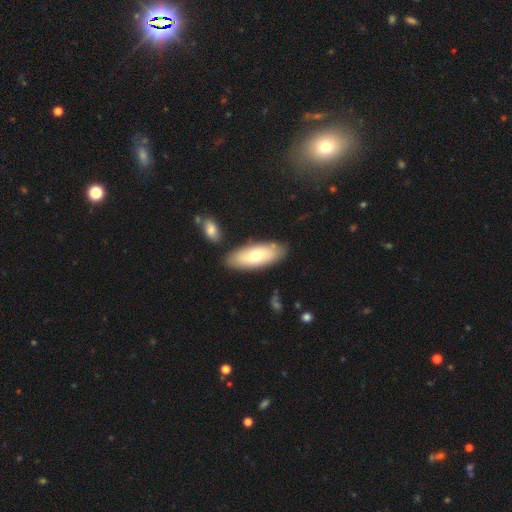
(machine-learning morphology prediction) Q: Smooth or featured?
A: smooth (61%); runner-up: featured or disk (34%)
Q: How rounded?
A: in between (79%); runner-up: cigar-shaped (19%)
Q: Merging?
A: none (81%); runner-up: minor disturbance (11%)